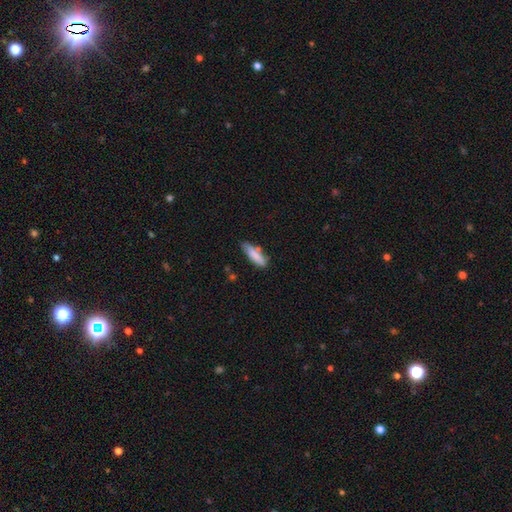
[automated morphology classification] Smooth or featured? smooth (83%)
How rounded? cigar-shaped (65%)
Merging? none (66%)